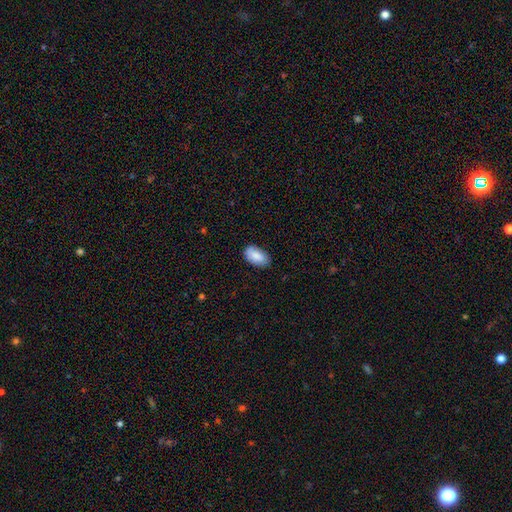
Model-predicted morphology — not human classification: A smooth galaxy with no disk features (85%) that is in between round and cigar-shaped (94%). Merging: none (78%).